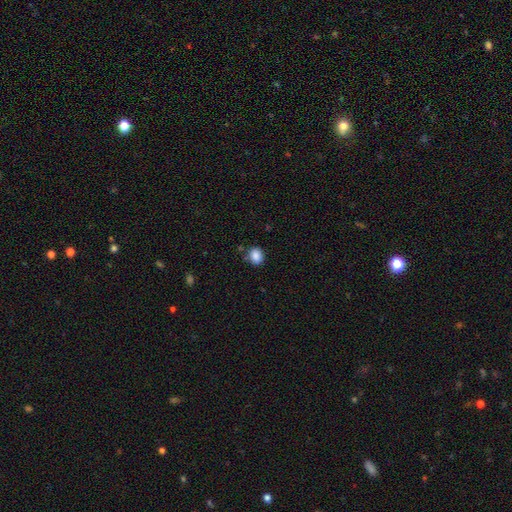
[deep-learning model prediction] Morphology: type=smooth (87%); roundness=round (56%); merging=none (79%).